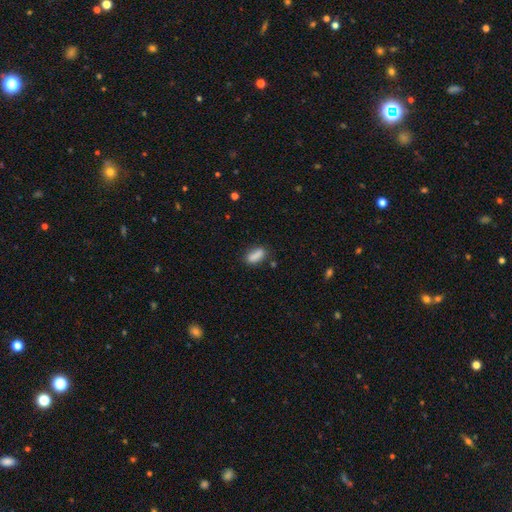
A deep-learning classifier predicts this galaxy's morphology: This is clearly a smooth galaxy (85%). How rounded: likely in between (73%). Merging: likely none (74%).